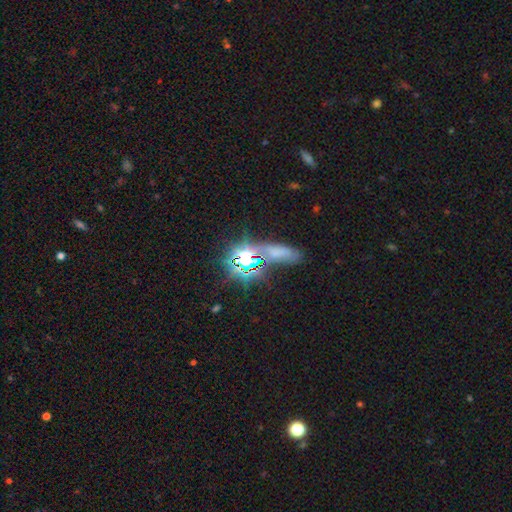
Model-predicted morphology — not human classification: smooth-or-featured: star or artifact: 47% | smooth: 35% | featured or disk: 17%